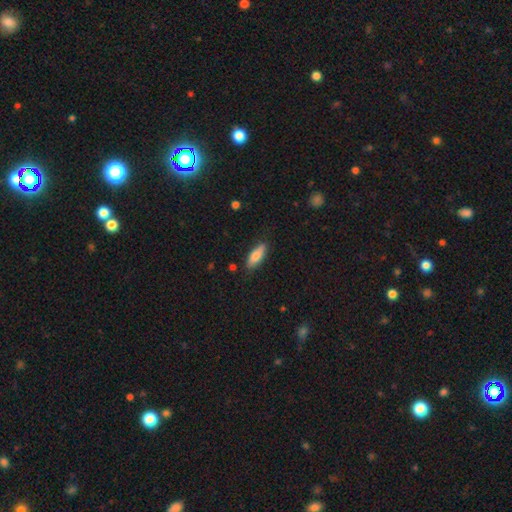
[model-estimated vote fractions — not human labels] Q: Smooth or featured?
A: smooth (79%); runner-up: featured or disk (15%)
Q: How rounded?
A: in between (65%); runner-up: cigar-shaped (33%)
Q: Merging?
A: none (83%); runner-up: minor disturbance (13%)